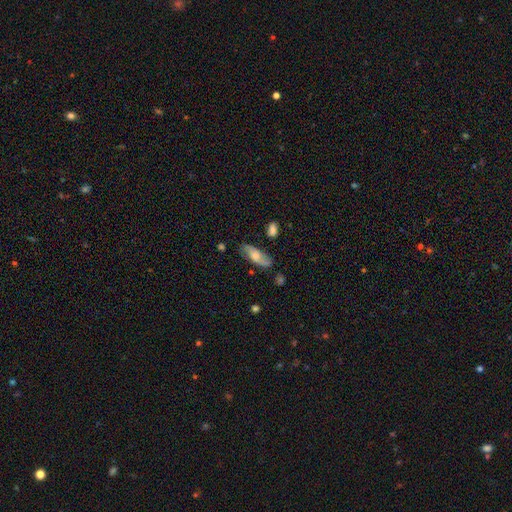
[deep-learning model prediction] A featured or disk galaxy (48%). Merging: none (77%).